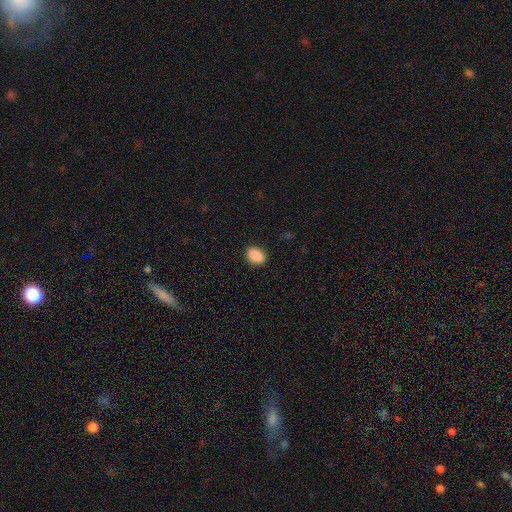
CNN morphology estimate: Smooth or featured?
  - smooth: 90% *
  - star or artifact: 8%
  - featured or disk: 3%
How rounded?
  - in between: 81% *
  - round: 18%
  - cigar-shaped: 1%
Merging?
  - none: 89% *
  - minor disturbance: 8%
  - major disturbance: 2%
  - merger: 1%